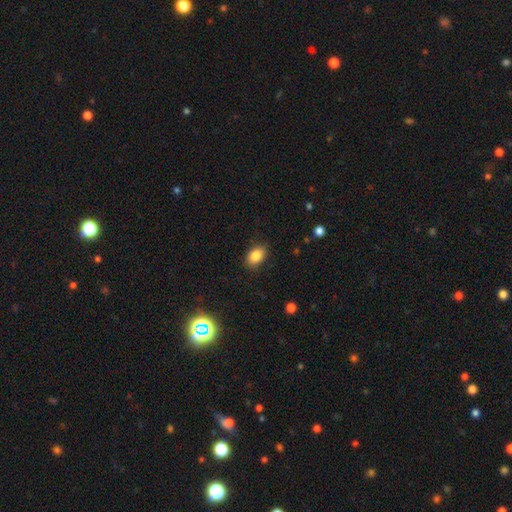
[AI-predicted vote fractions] This appears to be a smooth galaxy with no disk features (85%) that is in between round and cigar-shaped (81%). Merging: none (86%).